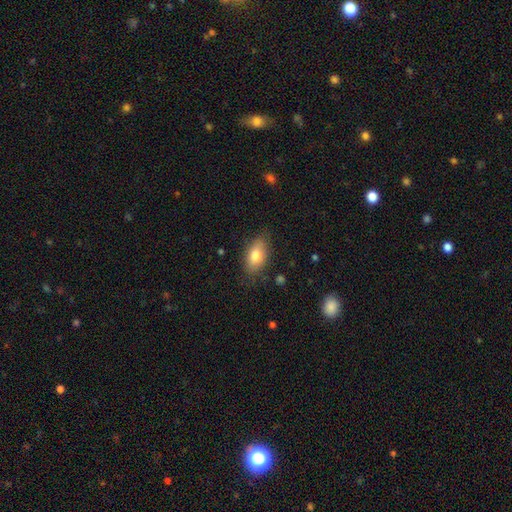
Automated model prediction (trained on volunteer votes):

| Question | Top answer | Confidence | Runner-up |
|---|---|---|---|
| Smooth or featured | smooth | 78% | featured or disk (15%) |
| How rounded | in between | 88% | round (6%) |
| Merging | none | 79% | minor disturbance (16%) |